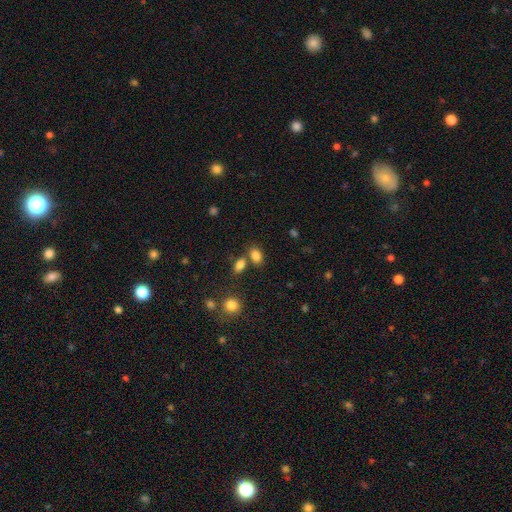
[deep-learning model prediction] The model was most divided on "merging": none: 63%, merger: 23%, minor disturbance: 11%, major disturbance: 4%. More confident: smooth or featured — smooth (83%); how rounded — in between (82%).